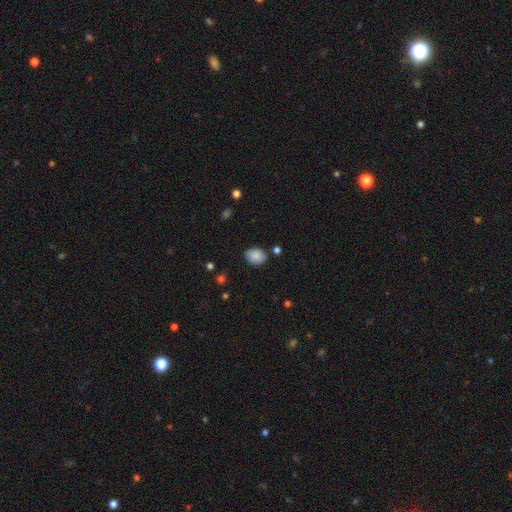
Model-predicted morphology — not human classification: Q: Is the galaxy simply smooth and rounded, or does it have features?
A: smooth — 86%.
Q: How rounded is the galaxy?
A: in between — 61%.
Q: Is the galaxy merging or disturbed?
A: none — 79%.